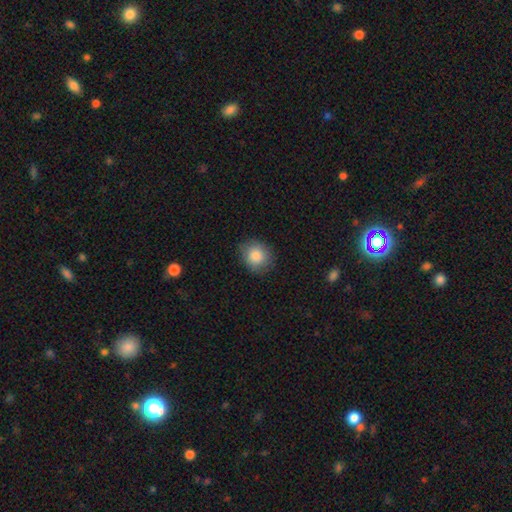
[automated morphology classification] Overall: smooth (85%). How rounded: round (76%). Merging: none (84%).